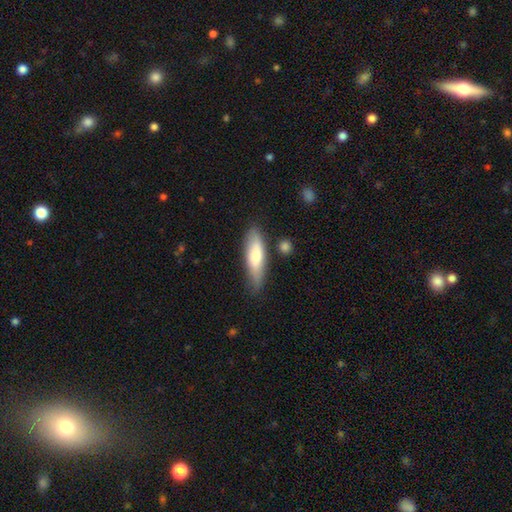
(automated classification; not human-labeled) This appears to be a smooth galaxy with no disk features (72%) that is cigar-shaped (58%). Merging: none (74%).